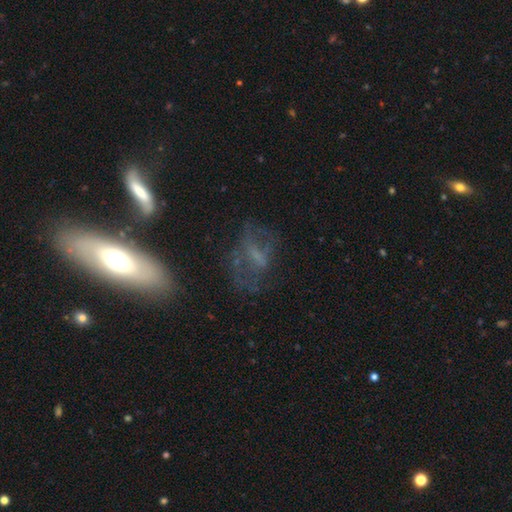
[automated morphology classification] type=featured or disk (46%); merging=none (48%).